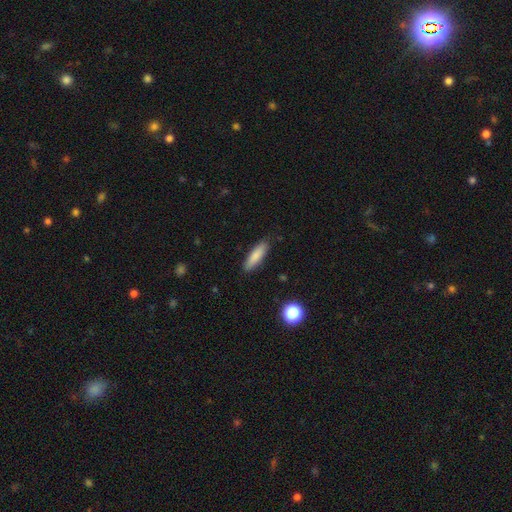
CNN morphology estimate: A smooth galaxy with no disk features (82%) that is cigar-shaped (63%).

Vote fractions:
- Smooth or featured? smooth: 82% / featured or disk: 11% / star or artifact: 7%
- How rounded? cigar-shaped: 63% / in between: 36% / round: 2%
- Merging? none: 86% / minor disturbance: 11% / major disturbance: 2% / merger: 1%